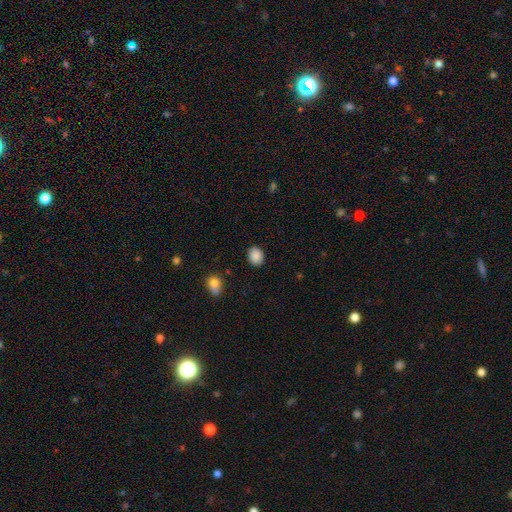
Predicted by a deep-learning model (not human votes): smooth-or-featured: smooth: 88% | star or artifact: 8% | featured or disk: 3%
  how-rounded: in between: 50% | round: 49% | cigar-shaped: 1%
  merging: none: 88% | minor disturbance: 9% | major disturbance: 2% | merger: 2%